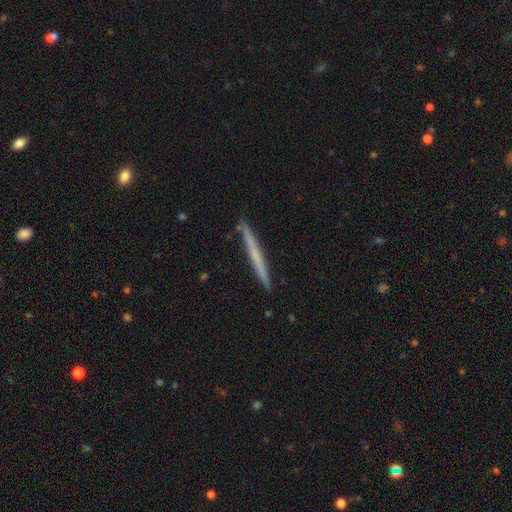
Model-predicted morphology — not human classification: Smooth or featured? Predicted: featured or disk (p=0.50). Merging? Predicted: none (p=0.90).